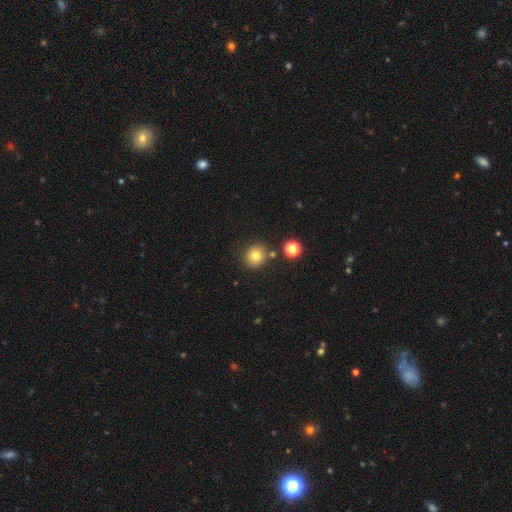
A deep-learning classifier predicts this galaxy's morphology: smooth_or_featured: smooth (p=0.76) [alt: star or artifact p=0.14]
how_rounded: round (p=0.87) [alt: in between p=0.12]
merging: none (p=0.79) [alt: merger p=0.09]